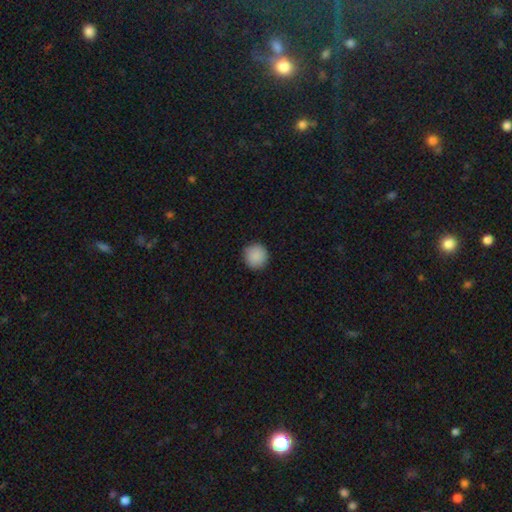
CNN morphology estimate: smooth 90%, star or artifact 8%, featured or disk 3%. Down the decision tree: how rounded — round (95%); merging — none (92%).